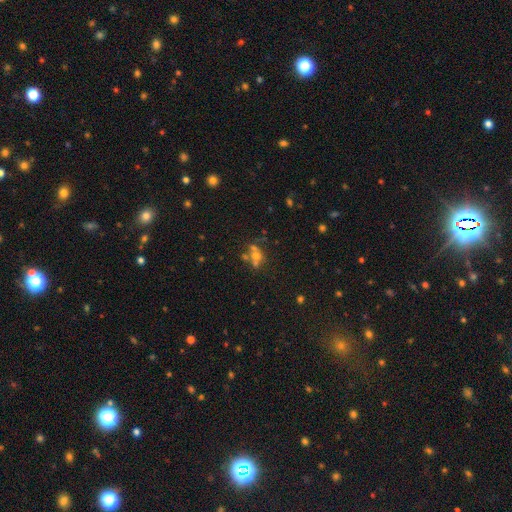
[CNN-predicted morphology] Overall: smooth (43%; featured or disk 29%). Merging: none (44%; merger 37%).